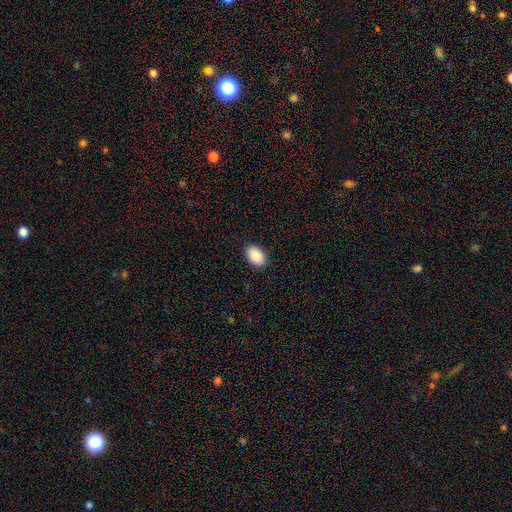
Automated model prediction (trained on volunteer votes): Overall: smooth (91%). How rounded: in between (92%). Merging: none (90%).